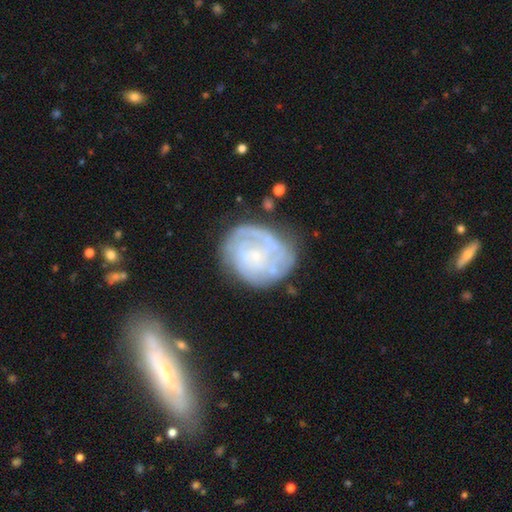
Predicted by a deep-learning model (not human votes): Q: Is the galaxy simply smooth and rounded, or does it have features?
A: featured or disk — 73%.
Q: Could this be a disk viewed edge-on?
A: no — 98%.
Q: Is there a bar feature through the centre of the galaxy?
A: no — 74%.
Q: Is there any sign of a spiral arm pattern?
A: yes — 83%.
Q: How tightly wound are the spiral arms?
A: tight — 63%.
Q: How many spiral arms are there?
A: can't tell — 44%.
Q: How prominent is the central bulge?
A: small — 78%.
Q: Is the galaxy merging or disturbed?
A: none — 61%.